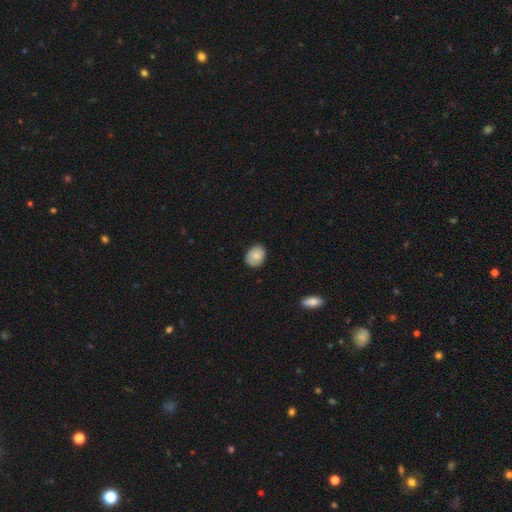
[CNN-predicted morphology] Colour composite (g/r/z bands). It shows a smooth galaxy with no disk features (79%) that is in between round and cigar-shaped (57%). Merging: none (83%).